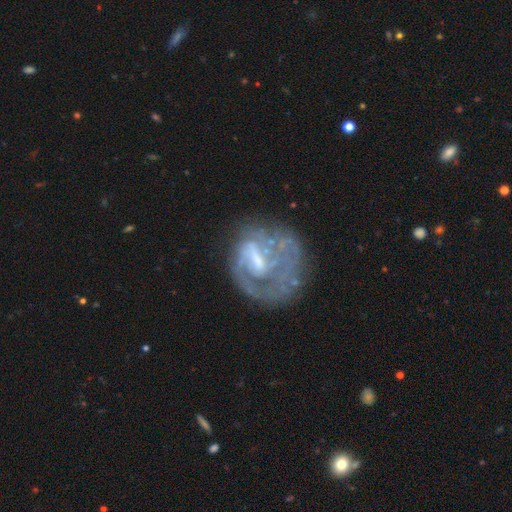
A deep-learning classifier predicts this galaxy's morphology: type=featured or disk (73%); edge-on=no (97%); bar=weak (45%); spiral arms=yes (59%); bulge=small (35%); merging=none (48%).